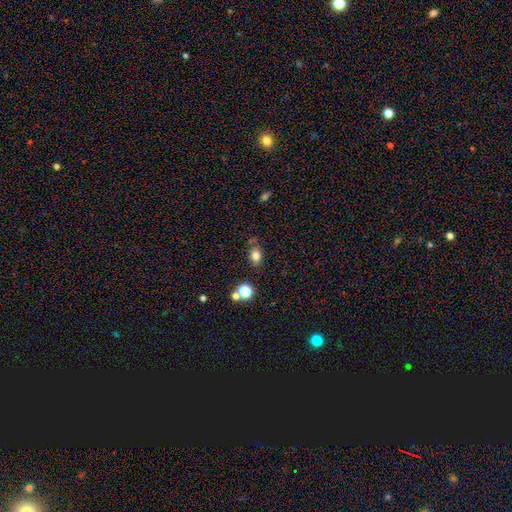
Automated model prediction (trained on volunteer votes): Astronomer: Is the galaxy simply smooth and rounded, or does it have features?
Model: smooth — 78%.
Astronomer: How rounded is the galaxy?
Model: in between — 65%.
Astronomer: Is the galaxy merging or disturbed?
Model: none — 72%.